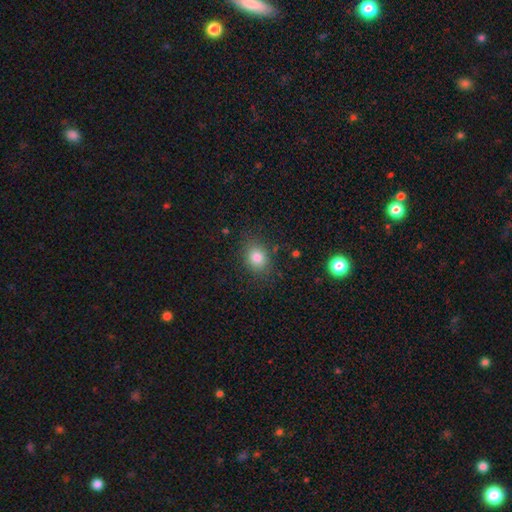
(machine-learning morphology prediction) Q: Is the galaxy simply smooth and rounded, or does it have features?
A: smooth — 80%.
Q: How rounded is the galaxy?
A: round — 54%.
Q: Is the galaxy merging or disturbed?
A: none — 84%.